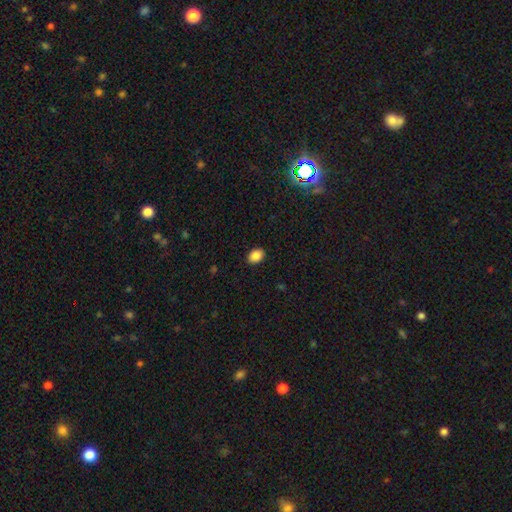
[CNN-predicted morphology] smooth-or-featured: smooth: 88% | star or artifact: 9% | featured or disk: 4%
  how-rounded: in between: 75% | round: 24% | cigar-shaped: 1%
  merging: none: 89% | minor disturbance: 8% | major disturbance: 2% | merger: 1%